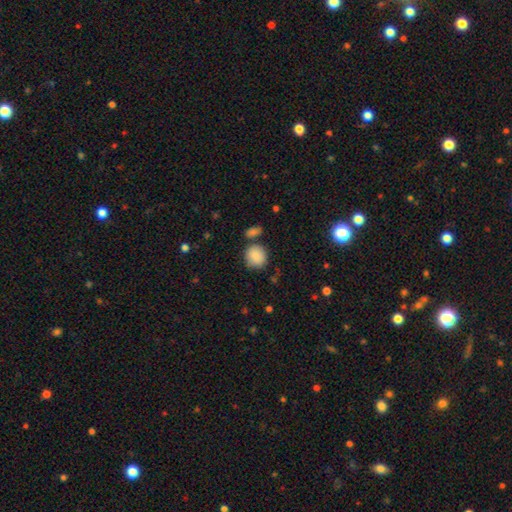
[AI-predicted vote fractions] A smooth galaxy with no disk features (87%) that is round (84%).

Vote fractions:
- Smooth or featured? smooth: 87% / star or artifact: 8% / featured or disk: 5%
- How rounded? round: 84% / in between: 15% / cigar-shaped: 1%
- Merging? none: 74% / minor disturbance: 13% / merger: 10% / major disturbance: 4%